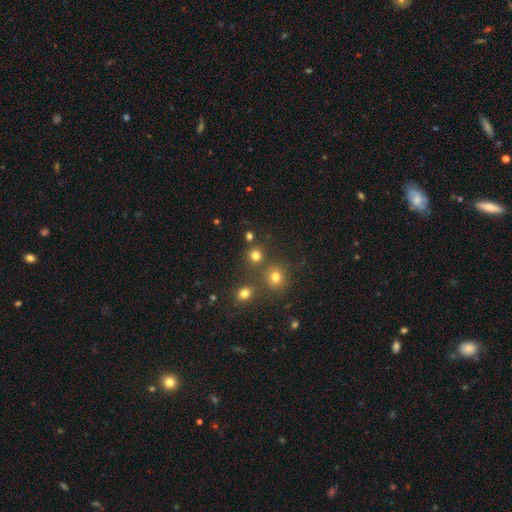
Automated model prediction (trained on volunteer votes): smooth 76%, star or artifact 18%, featured or disk 6%. Down the decision tree: how rounded — round (90%); merging — none (76%).